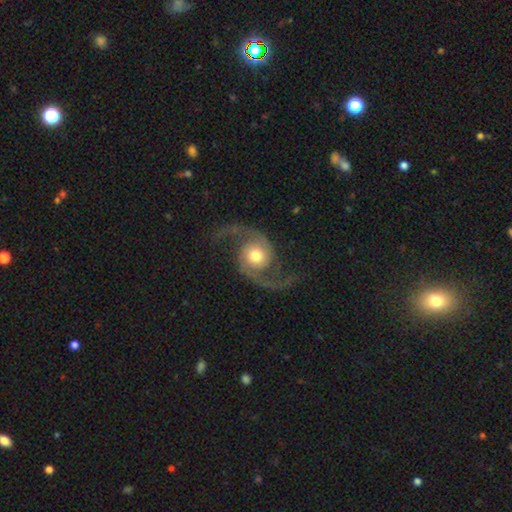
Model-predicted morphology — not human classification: A featured or disk galaxy (92%) with no bar (72%), 2 (95%) loose (61%) spiral arms (98%) and a moderate central bulge (67%).

Vote fractions:
- Smooth or featured? featured or disk: 92% / smooth: 4% / star or artifact: 4%
- Edge-on disk? no: 98% / yes: 2%
- Bar? no: 72% / weak: 21% / strong: 6%
- Spiral arms? yes: 98% / no: 2%
- Spiral winding? loose: 61% / medium: 33% / tight: 6%
- Spiral arm count? 2: 95% / can't tell: 1% / 1: 1% / 3: 1% / 4: 1% / more than 4: 1%
- Bulge size? moderate: 67% / large: 18% / small: 12% / dominant: 2% / none: 1%
- Merging? none: 78% / minor disturbance: 12% / major disturbance: 8% / merger: 2%